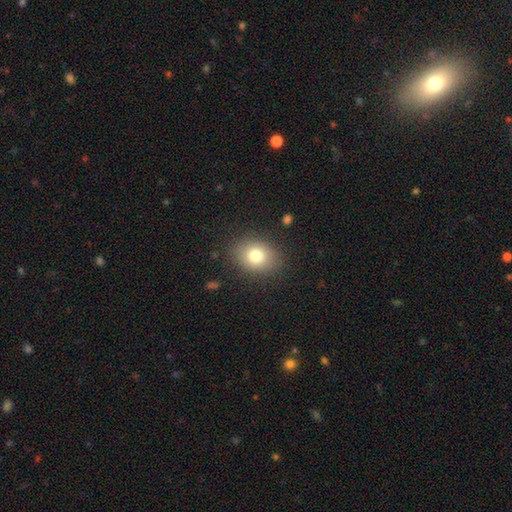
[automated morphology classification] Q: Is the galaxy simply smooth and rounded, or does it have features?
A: smooth — 79%.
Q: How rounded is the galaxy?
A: in between — 52%.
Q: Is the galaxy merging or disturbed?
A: none — 85%.